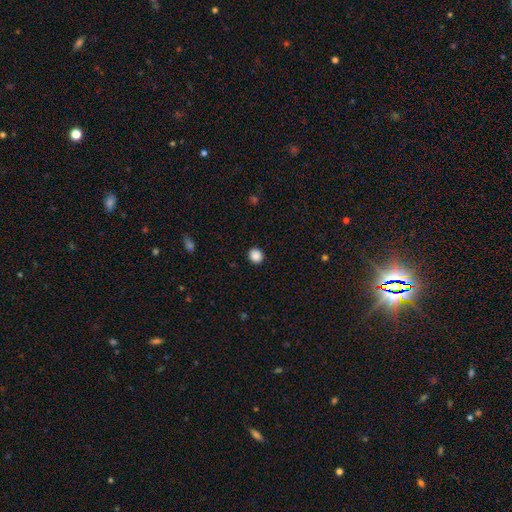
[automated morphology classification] smooth_or_featured: smooth (p=0.88) [alt: star or artifact p=0.10]
how_rounded: round (p=0.84) [alt: in between p=0.15]
merging: none (p=0.91) [alt: minor disturbance p=0.06]